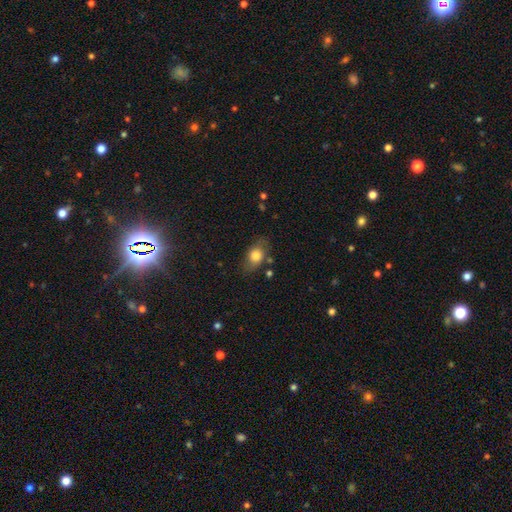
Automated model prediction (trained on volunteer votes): smooth_or_featured: smooth (p=0.75) [alt: featured or disk p=0.17]
how_rounded: in between (p=0.78) [alt: round p=0.18]
merging: none (p=0.72) [alt: minor disturbance p=0.19]